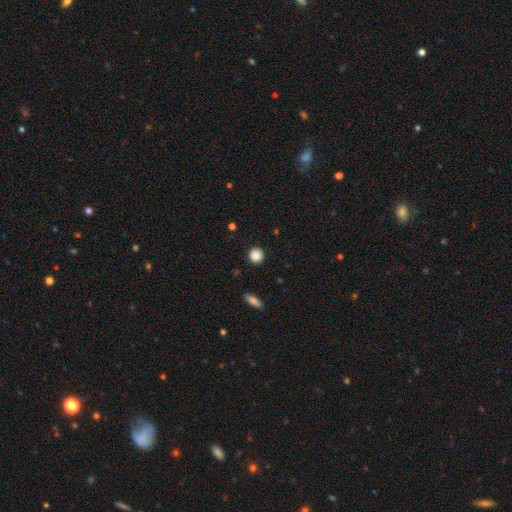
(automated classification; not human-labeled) This is clearly a smooth galaxy (87%). How rounded: clearly round (92%). Merging: clearly none (90%).